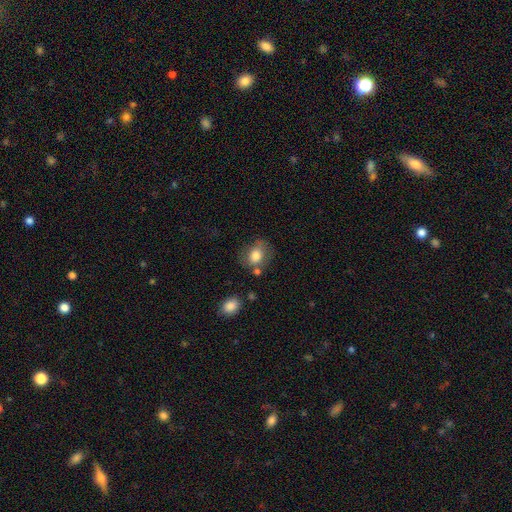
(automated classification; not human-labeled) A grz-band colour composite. It shows a smooth galaxy with no disk features (77%) that is in between round and cigar-shaped (51%). Merging: none (61%).